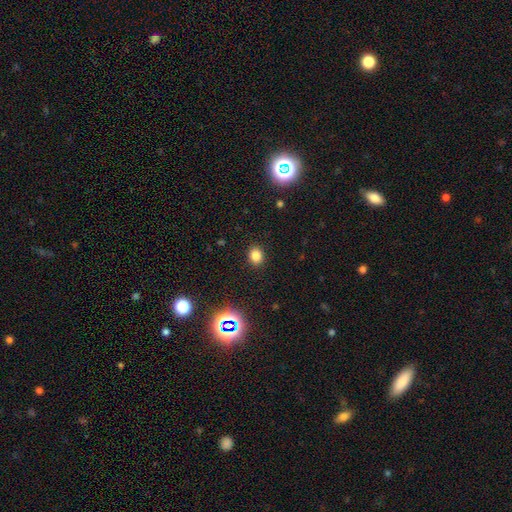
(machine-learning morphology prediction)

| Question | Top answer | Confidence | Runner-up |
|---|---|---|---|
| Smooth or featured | smooth | 80% | star or artifact (15%) |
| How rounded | round | 53% | in between (46%) |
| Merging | none | 89% | minor disturbance (7%) |